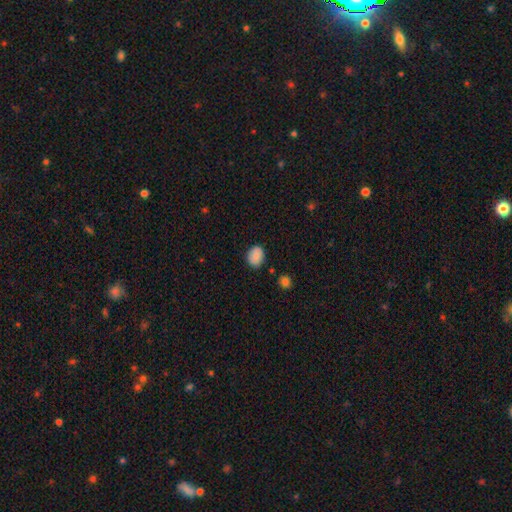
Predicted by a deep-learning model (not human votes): This appears to be a smooth galaxy with no disk features (86%) that is in between round and cigar-shaped (54%). Merging: none (83%).